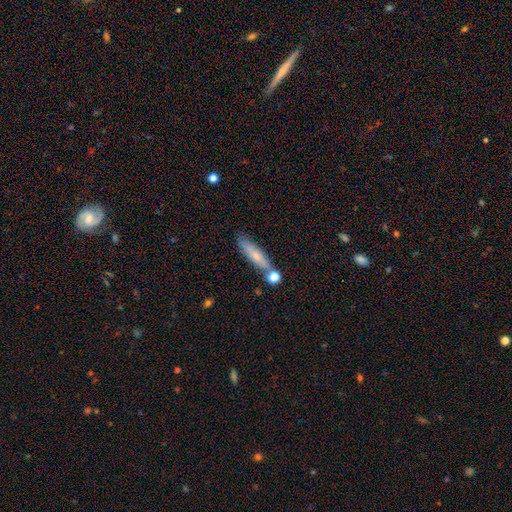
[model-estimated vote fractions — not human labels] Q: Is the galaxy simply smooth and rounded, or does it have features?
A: smooth — 66%.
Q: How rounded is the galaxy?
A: cigar-shaped — 76%.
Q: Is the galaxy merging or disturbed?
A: none — 69%.